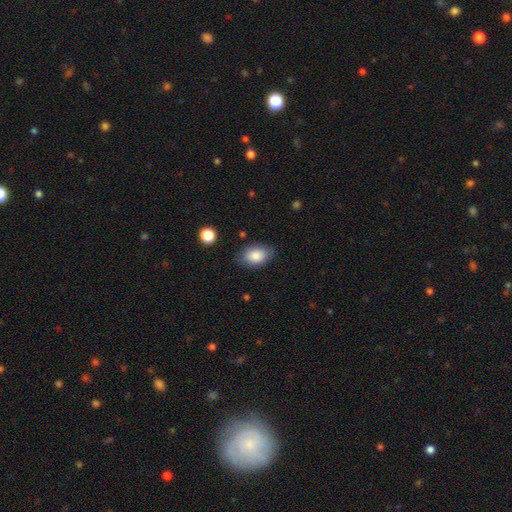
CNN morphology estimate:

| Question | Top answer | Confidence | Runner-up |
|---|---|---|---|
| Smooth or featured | smooth | 85% | featured or disk (8%) |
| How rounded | in between | 88% | round (11%) |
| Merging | none | 79% | minor disturbance (15%) |